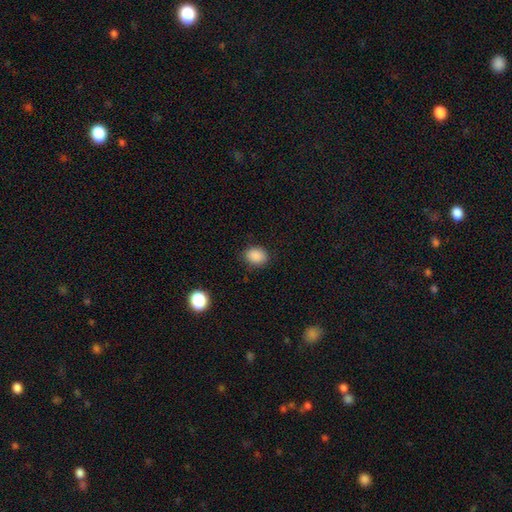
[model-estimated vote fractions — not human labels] Morphology: type=smooth (88%); roundness=in between (56%); merging=none (85%).